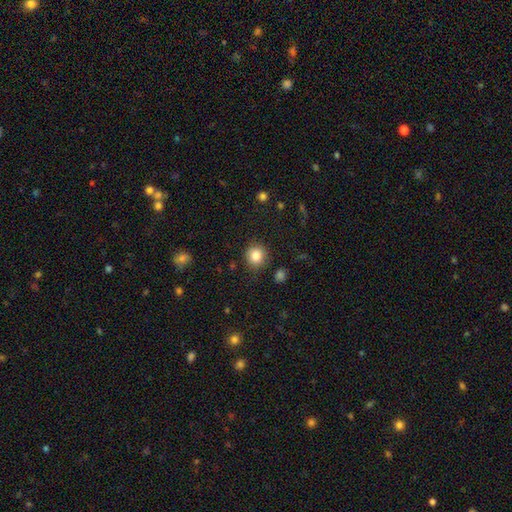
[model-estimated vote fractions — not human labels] Smooth or featured?
  - smooth: 84% *
  - star or artifact: 11%
  - featured or disk: 6%
How rounded?
  - round: 88% *
  - in between: 11%
  - cigar-shaped: 1%
Merging?
  - none: 85% *
  - minor disturbance: 10%
  - major disturbance: 3%
  - merger: 2%